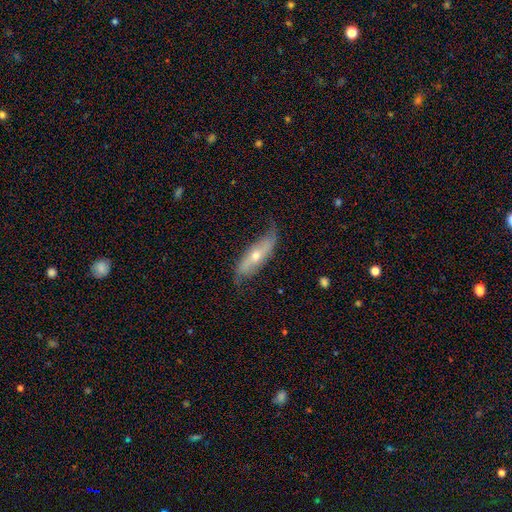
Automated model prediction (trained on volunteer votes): smooth-or-featured: featured or disk: 60% | smooth: 33% | star or artifact: 7%
  disk-edge-on: no: 63% | yes: 37%
  merging: none: 60% | minor disturbance: 28% | major disturbance: 10% | merger: 2%